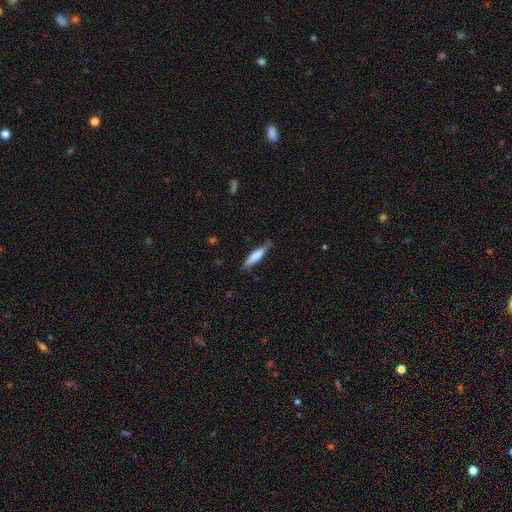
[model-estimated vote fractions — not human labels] A smooth galaxy with no disk features (61%) that is cigar-shaped (76%).

Vote fractions:
- Smooth or featured? smooth: 61% / featured or disk: 33% / star or artifact: 6%
- How rounded? cigar-shaped: 76% / in between: 22% / round: 2%
- Merging? none: 82% / minor disturbance: 14% / major disturbance: 2% / merger: 1%